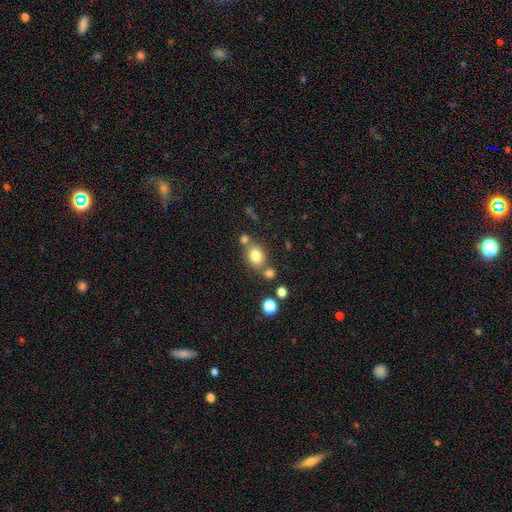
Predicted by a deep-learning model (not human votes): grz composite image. It shows a smooth galaxy with no disk features (79%) that is round (56%). Merging: none (65%).